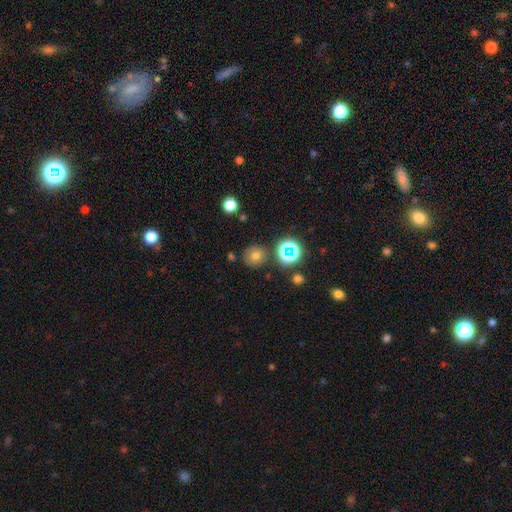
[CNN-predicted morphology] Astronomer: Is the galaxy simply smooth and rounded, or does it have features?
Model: smooth — 67%.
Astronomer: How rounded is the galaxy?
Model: round — 90%.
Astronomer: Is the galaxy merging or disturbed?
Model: none — 82%.